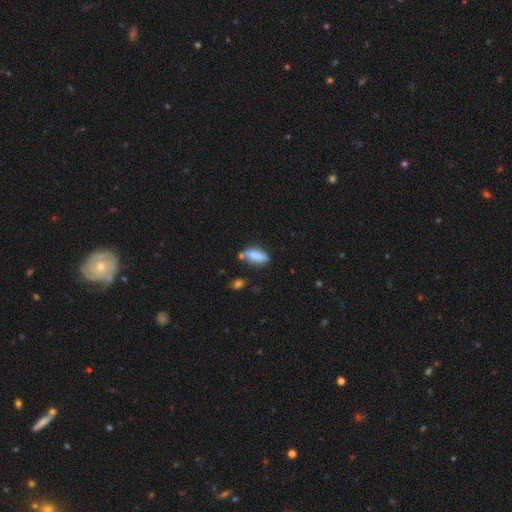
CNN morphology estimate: smooth-or-featured: smooth: 82% | featured or disk: 11% | star or artifact: 7%
  how-rounded: in between: 69% | cigar-shaped: 29% | round: 2%
  merging: none: 62% | minor disturbance: 23% | merger: 11% | major disturbance: 5%